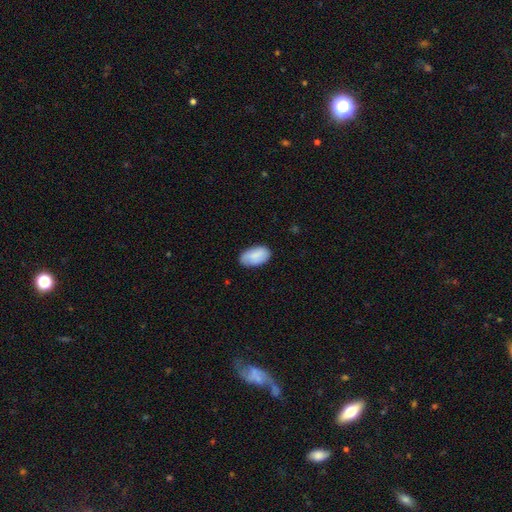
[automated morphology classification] This appears to be a smooth galaxy with no disk features (84%) that is in between round and cigar-shaped (95%). Merging: none (78%).